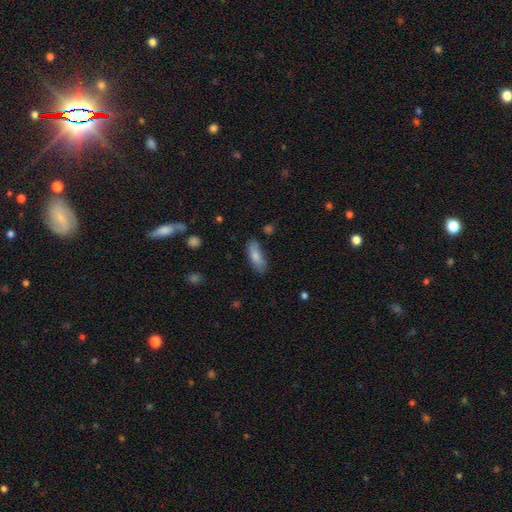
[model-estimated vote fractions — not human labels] Smooth or featured: smooth — 80% (featured or disk — 13%)
How rounded: in between — 66% (cigar-shaped — 32%)
Merging: none — 78% (minor disturbance — 16%)